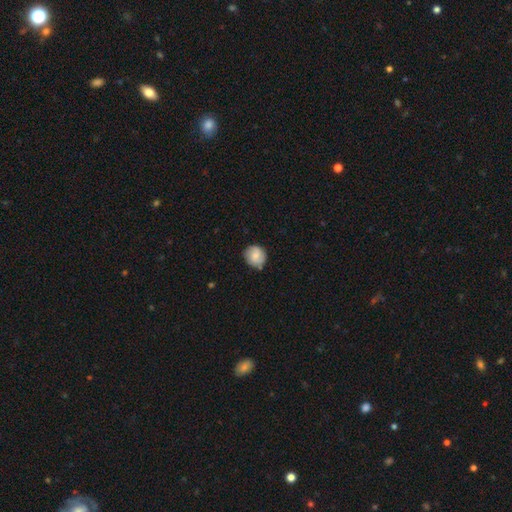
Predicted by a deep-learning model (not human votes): smooth-or-featured: smooth: 70% | featured or disk: 23% | star or artifact: 7%
  how-rounded: round: 87% | in between: 12% | cigar-shaped: 1%
  merging: none: 77% | minor disturbance: 18% | major disturbance: 3% | merger: 2%